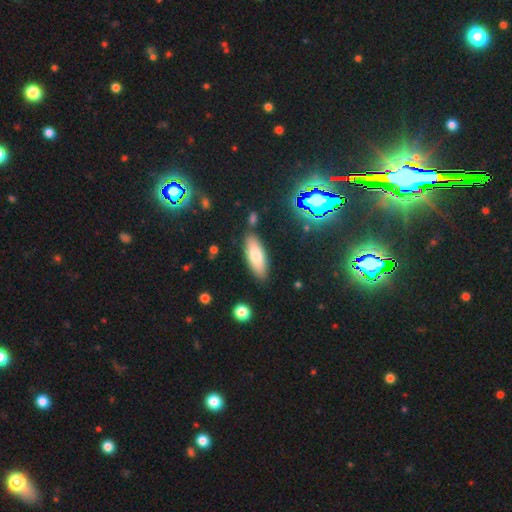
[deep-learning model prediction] A smooth galaxy with no disk features (74%) that is in between round and cigar-shaped (66%).

Vote fractions:
- Smooth or featured? smooth: 74% / featured or disk: 17% / star or artifact: 9%
- How rounded? in between: 66% / cigar-shaped: 32% / round: 2%
- Merging? none: 84% / minor disturbance: 10% / merger: 3% / major disturbance: 2%